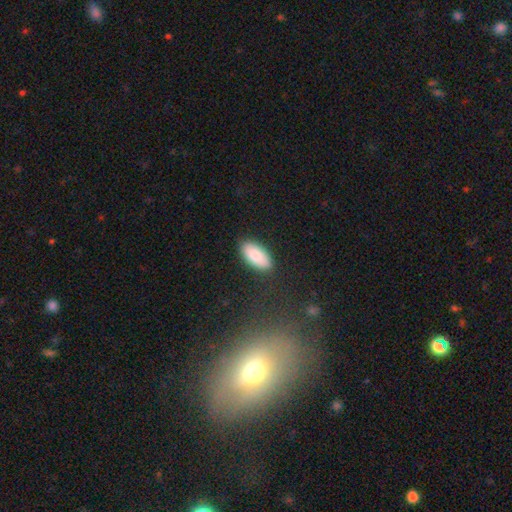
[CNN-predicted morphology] A smooth galaxy with no disk features (85%) that is in between round and cigar-shaped (93%).

Vote fractions:
- Smooth or featured? smooth: 85% / featured or disk: 9% / star or artifact: 6%
- How rounded? in between: 93% / cigar-shaped: 5% / round: 2%
- Merging? none: 86% / minor disturbance: 10% / major disturbance: 2% / merger: 1%